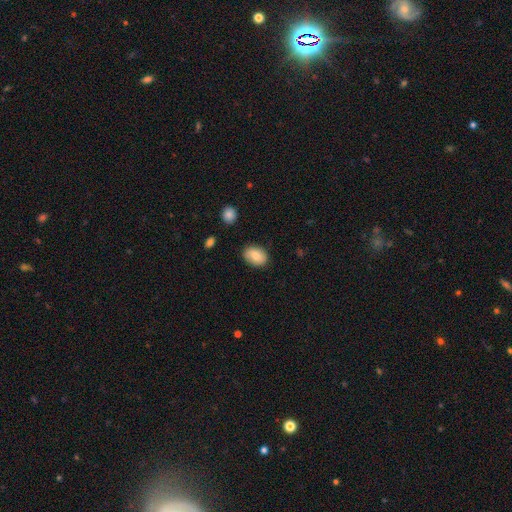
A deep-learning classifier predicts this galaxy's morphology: type=smooth (81%); roundness=in between (80%); merging=none (84%).